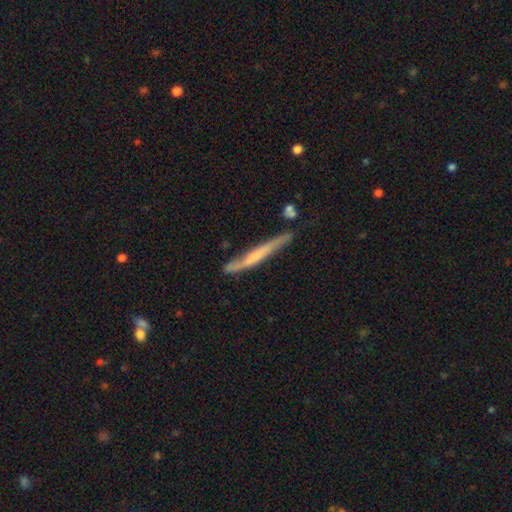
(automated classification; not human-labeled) Smooth or featured?
  - featured or disk: 55% *
  - smooth: 39%
  - star or artifact: 6%
Edge-on disk?
  - yes: 86% *
  - no: 14%
Merging?
  - none: 65% *
  - minor disturbance: 24%
  - merger: 6%
  - major disturbance: 5%